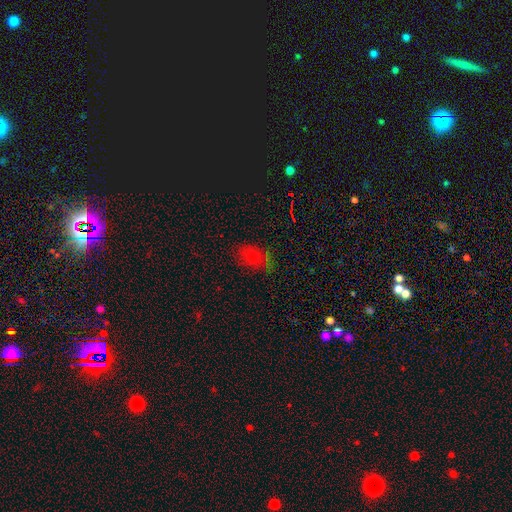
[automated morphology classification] Smooth or featured?
  - smooth: 66% *
  - star or artifact: 19%
  - featured or disk: 15%
How rounded?
  - in between: 78% *
  - round: 20%
  - cigar-shaped: 2%
Merging?
  - none: 62% *
  - minor disturbance: 25%
  - major disturbance: 9%
  - merger: 4%